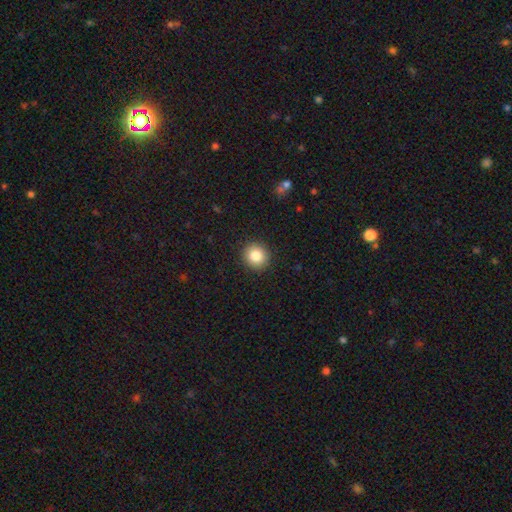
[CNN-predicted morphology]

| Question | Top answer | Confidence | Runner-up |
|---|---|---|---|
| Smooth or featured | smooth | 84% | star or artifact (10%) |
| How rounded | round | 91% | in between (9%) |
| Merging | none | 92% | minor disturbance (6%) |